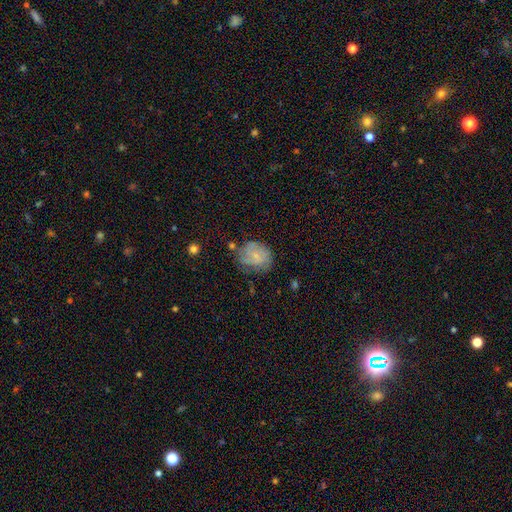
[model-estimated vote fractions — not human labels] Overall: featured or disk (48%; smooth 43%). Merging: none (56%; minor disturbance 28%).